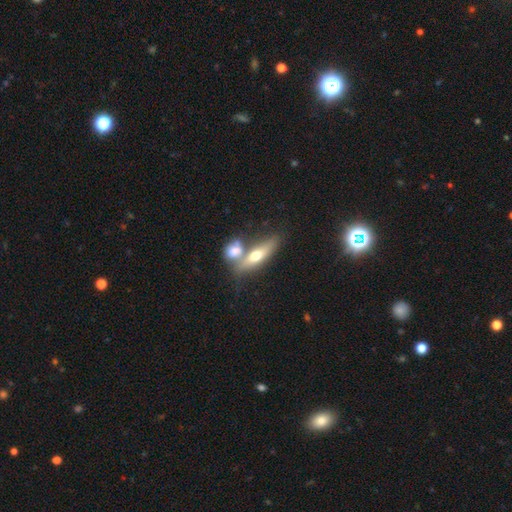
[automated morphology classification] smooth-or-featured: featured or disk: 51% | smooth: 40% | star or artifact: 9%
  disk-edge-on: yes: 77% | no: 23%
  merging: none: 44% | merger: 43% | minor disturbance: 9% | major disturbance: 4%